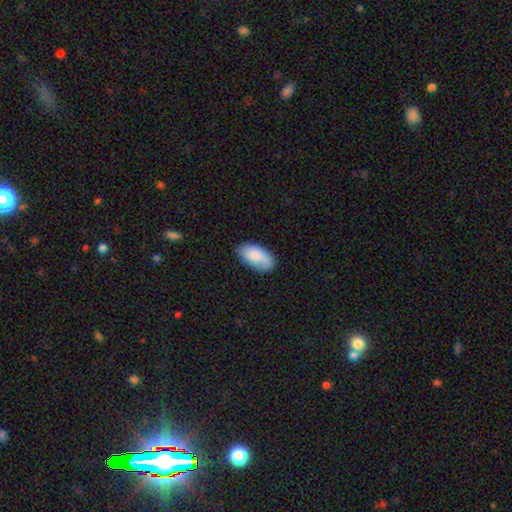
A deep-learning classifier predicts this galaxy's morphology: This appears to be a smooth galaxy with no disk features (79%) that is in between round and cigar-shaped (95%). Merging: none (71%).